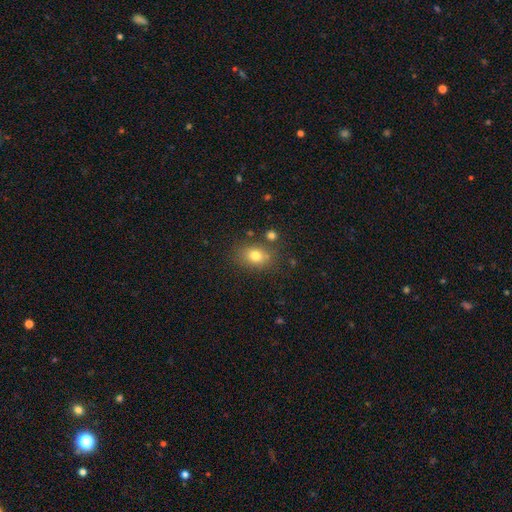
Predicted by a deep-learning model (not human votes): smooth_or_featured: smooth (p=0.77) [alt: star or artifact p=0.12]
how_rounded: in between (p=0.58) [alt: round p=0.40]
merging: none (p=0.76) [alt: minor disturbance p=0.14]